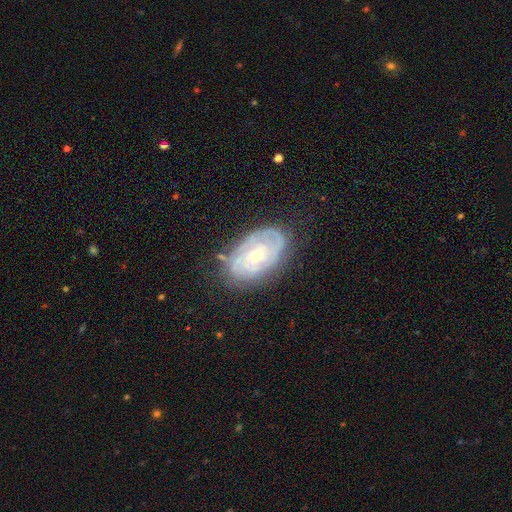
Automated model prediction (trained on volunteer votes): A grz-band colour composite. It shows a featured or disk galaxy (78%) with no bar (65%), tight (69%) spiral arms (88%) and a moderate central bulge (56%). Merging: none (73%).